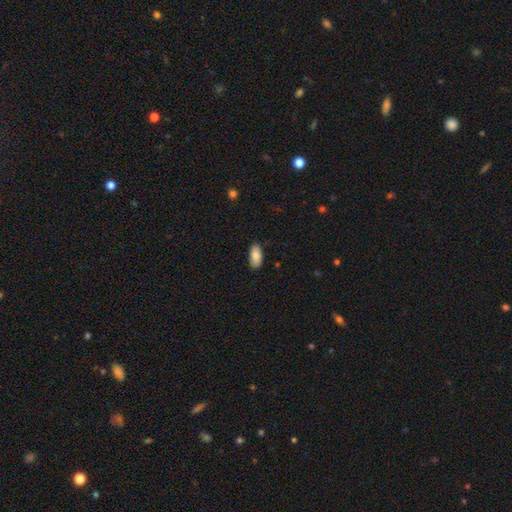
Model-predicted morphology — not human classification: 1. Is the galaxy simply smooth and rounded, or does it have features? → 86% smooth, 8% featured or disk, 6% star or artifact.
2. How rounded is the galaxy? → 93% in between, 5% cigar-shaped, 2% round.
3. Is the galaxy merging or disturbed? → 86% none, 11% minor disturbance, 2% major disturbance, 1% merger.